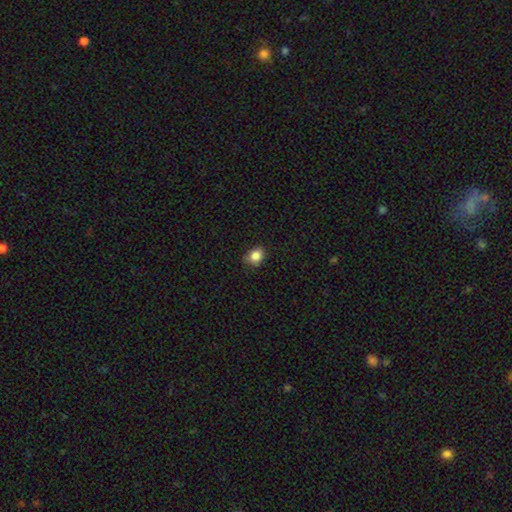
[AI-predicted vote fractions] Overall: smooth (85%). How rounded: round (50%; in between 49%). Merging: none (74%).